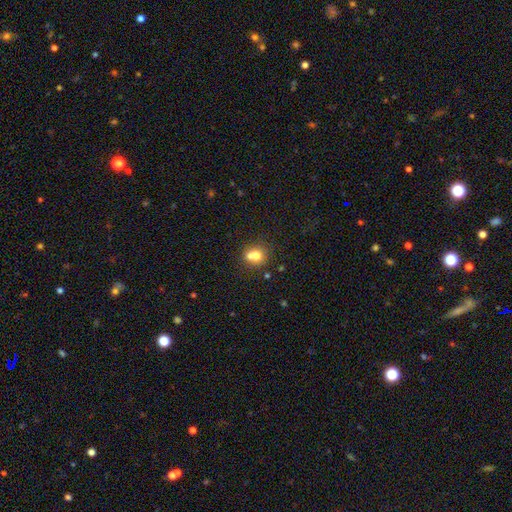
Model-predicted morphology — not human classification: smooth 71%, featured or disk 16%, star or artifact 13%. Down the decision tree: how rounded — round (78%); merging — merger (44%, tied with none).